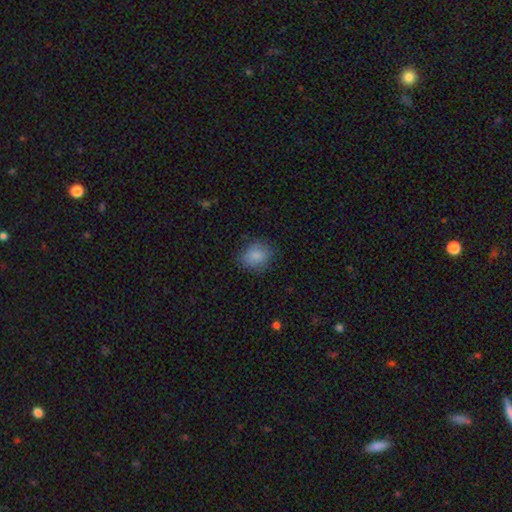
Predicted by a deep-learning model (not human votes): Morphology: type=smooth (84%); roundness=in between (50%); merging=none (76%).